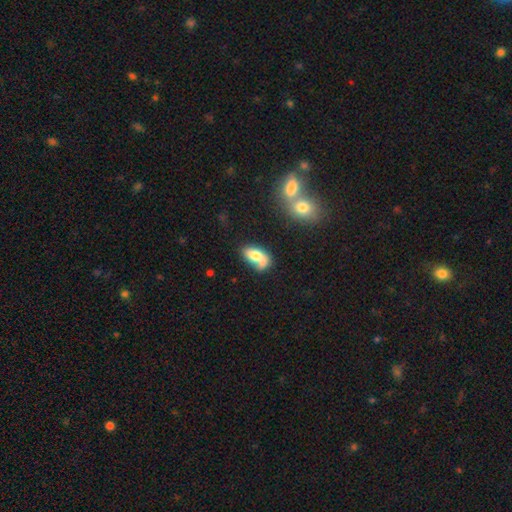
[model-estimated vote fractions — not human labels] Q: Smooth or featured?
A: smooth (66%); runner-up: featured or disk (25%)
Q: How rounded?
A: in between (89%); runner-up: round (6%)
Q: Merging?
A: none (35%); runner-up: merger (27%)